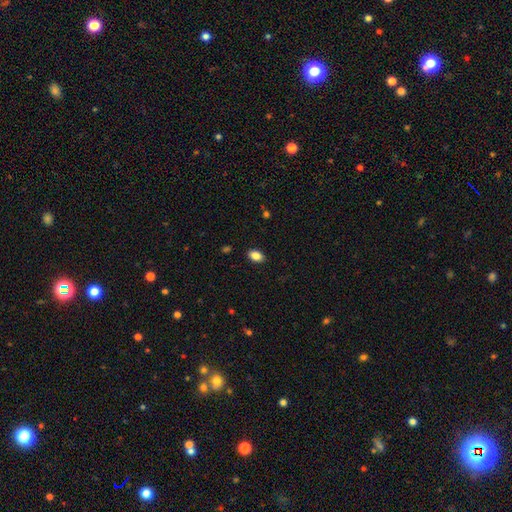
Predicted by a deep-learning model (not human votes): A smooth galaxy with no disk features (87%) that is in between round and cigar-shaped (90%). Merging: none (89%).